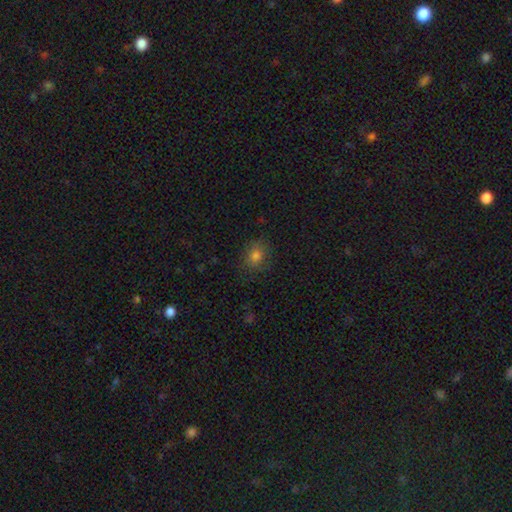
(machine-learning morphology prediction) Overall: smooth (80%). How rounded: round (61%; in between 38%). Merging: none (83%).